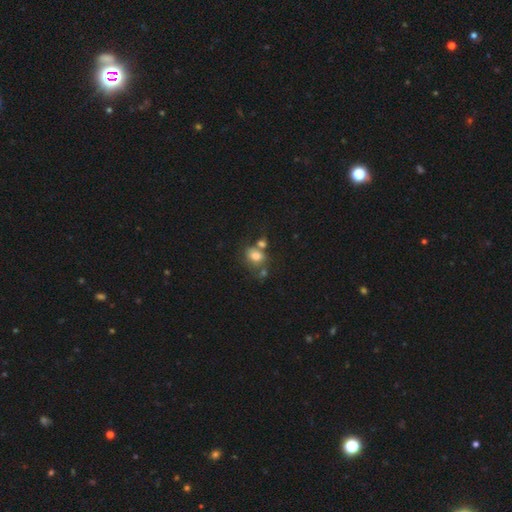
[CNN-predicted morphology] Q: Smooth or featured?
A: smooth (75%); runner-up: featured or disk (13%)
Q: How rounded?
A: in between (55%); runner-up: round (44%)
Q: Merging?
A: none (41%); runner-up: merger (35%)